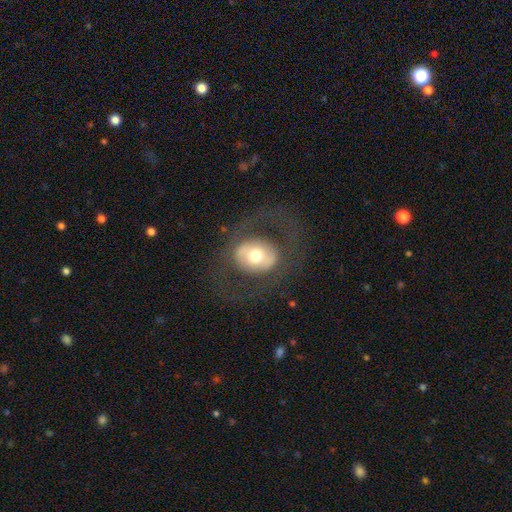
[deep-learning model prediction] Smooth or featured?
  - smooth: 50% *
  - featured or disk: 42%
  - star or artifact: 8%
How rounded?
  - round: 62% *
  - in between: 37%
  - cigar-shaped: 1%
Merging?
  - none: 71% *
  - major disturbance: 17%
  - minor disturbance: 11%
  - merger: 1%